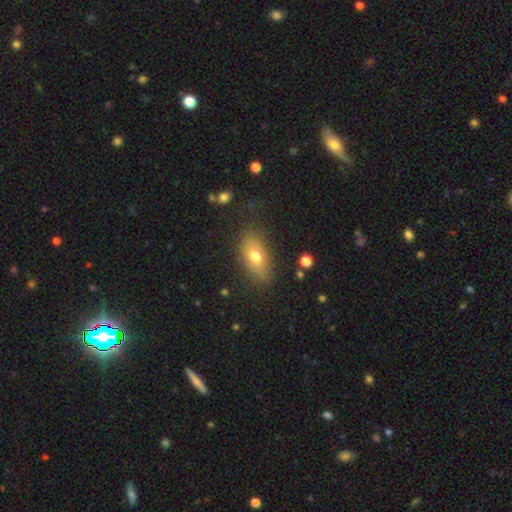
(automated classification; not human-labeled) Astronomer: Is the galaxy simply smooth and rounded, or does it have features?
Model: smooth — 68%.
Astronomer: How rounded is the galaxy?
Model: in between — 84%.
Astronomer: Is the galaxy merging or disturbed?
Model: none — 78%.